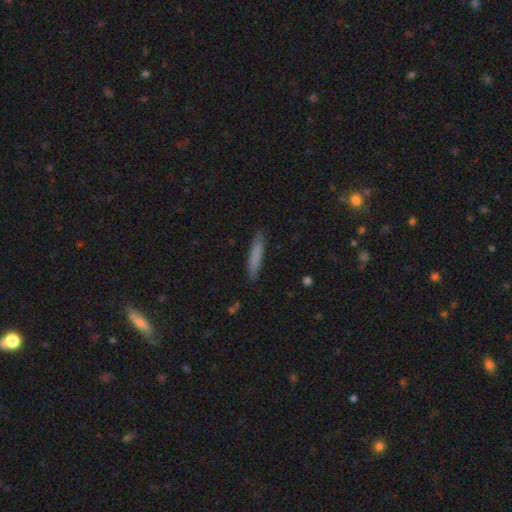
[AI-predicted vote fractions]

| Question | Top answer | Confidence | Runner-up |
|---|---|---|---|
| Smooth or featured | smooth | 78% | featured or disk (16%) |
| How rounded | cigar-shaped | 92% | in between (7%) |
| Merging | none | 86% | minor disturbance (11%) |